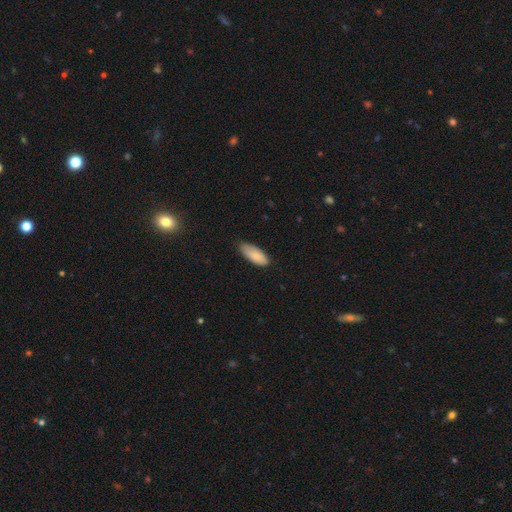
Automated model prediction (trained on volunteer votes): The model was most divided on "merging": none: 74%, minor disturbance: 22%, major disturbance: 3%, merger: 1%. More confident: smooth or featured — smooth (87%); how rounded — in between (82%).